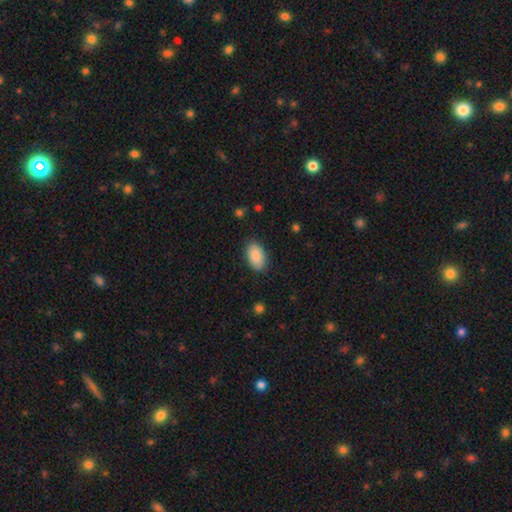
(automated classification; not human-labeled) This appears to be a smooth galaxy with no disk features (89%) that is in between round and cigar-shaped (95%). Merging: none (86%).